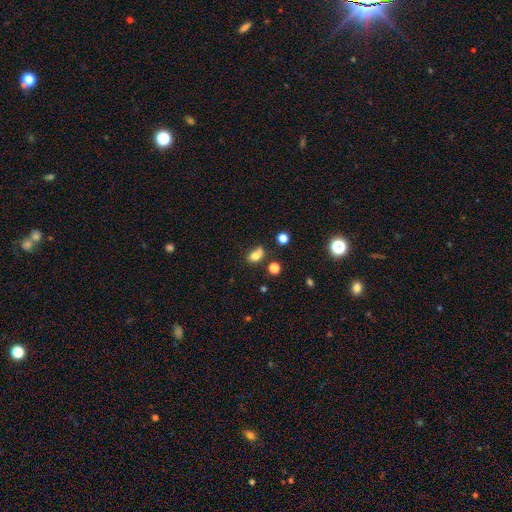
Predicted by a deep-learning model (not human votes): This appears to be a smooth galaxy with no disk features (75%) that is in between round and cigar-shaped (71%). Merging: none (46%).